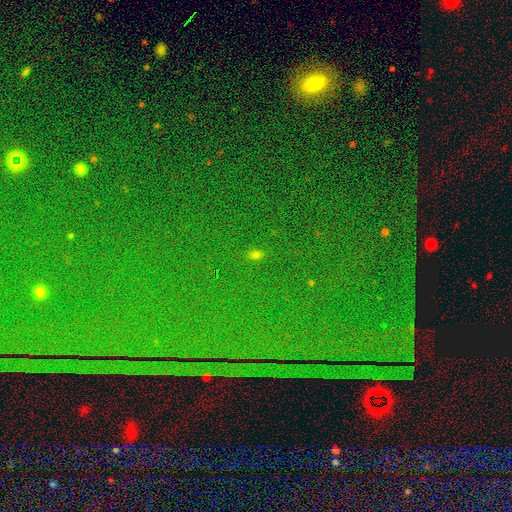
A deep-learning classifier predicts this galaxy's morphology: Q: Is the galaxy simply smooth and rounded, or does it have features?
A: star or artifact — 78%.